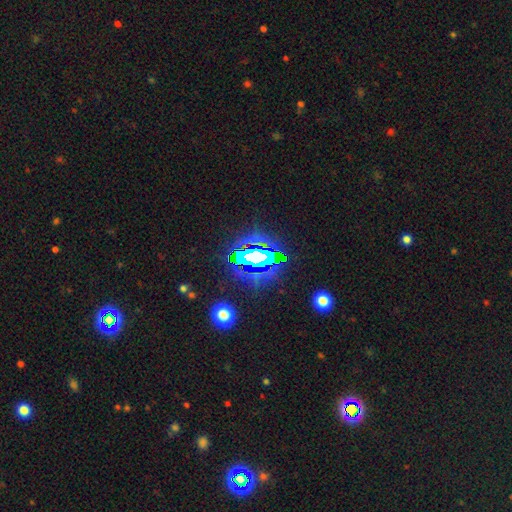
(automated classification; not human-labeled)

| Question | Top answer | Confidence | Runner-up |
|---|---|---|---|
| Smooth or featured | star or artifact | 64% | featured or disk (20%) |